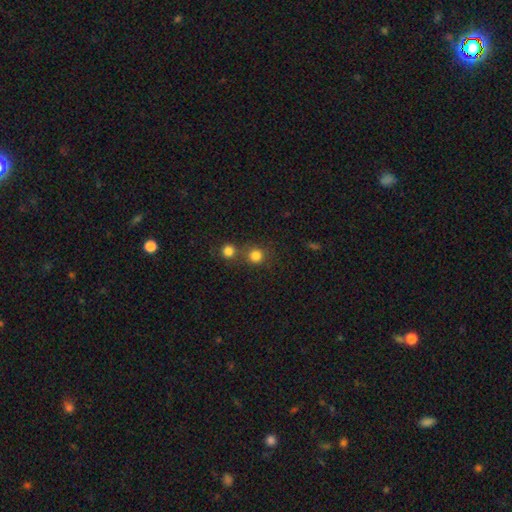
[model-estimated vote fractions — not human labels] smooth 81%, star or artifact 14%, featured or disk 5%. Down the decision tree: how rounded — round (91%); merging — none (64%).